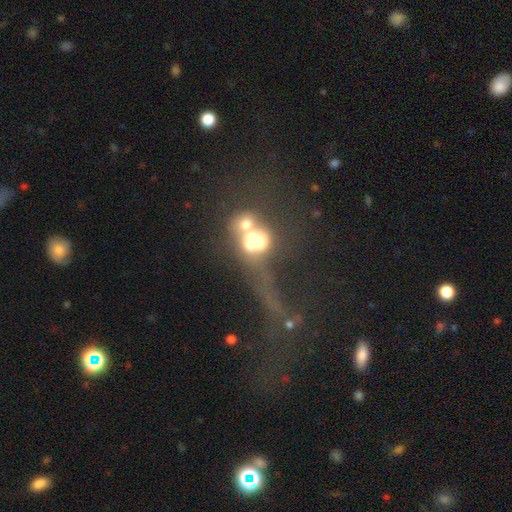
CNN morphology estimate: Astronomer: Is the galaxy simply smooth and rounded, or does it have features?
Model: featured or disk — 37% (runner-up: smooth, 35%).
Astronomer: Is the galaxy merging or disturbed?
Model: merger — 53%.